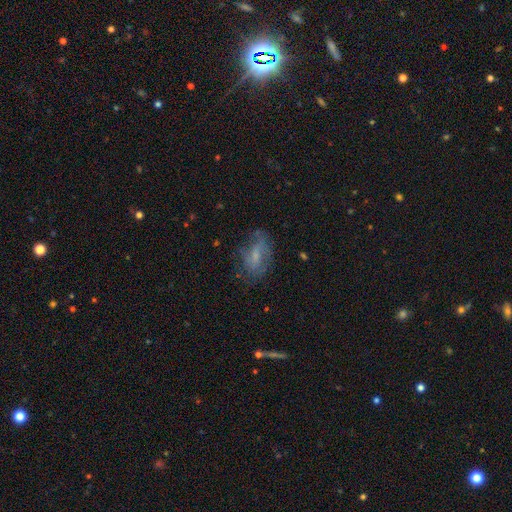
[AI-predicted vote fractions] This appears to be a featured or disk galaxy (48%). Merging: none (58%).